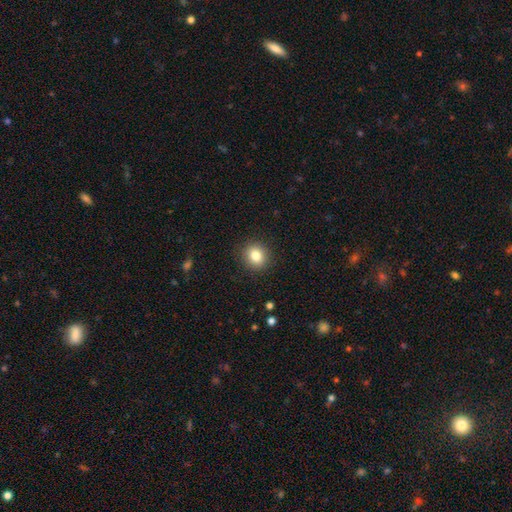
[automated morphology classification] type=smooth (83%); roundness=round (77%); merging=none (90%).